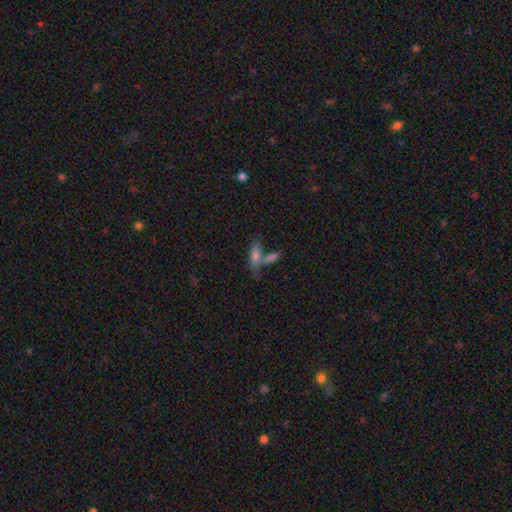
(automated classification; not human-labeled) The model was most divided on "merging": none: 42%, merger: 40%, minor disturbance: 12%, major disturbance: 6%. More confident: smooth or featured — smooth (69%); how rounded — in between (52%).